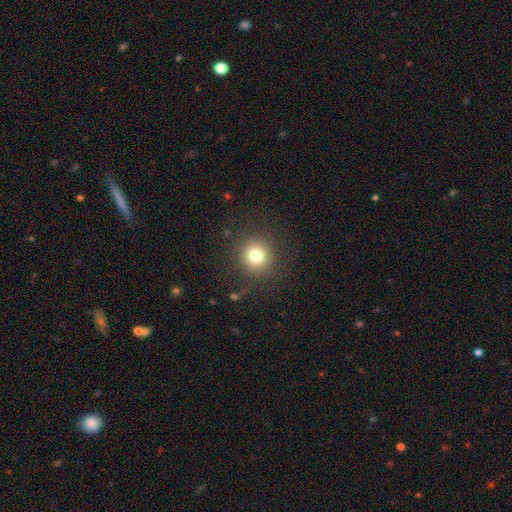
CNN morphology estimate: smooth-or-featured: smooth: 78% | star or artifact: 13% | featured or disk: 9%
  how-rounded: round: 93% | in between: 6% | cigar-shaped: 1%
  merging: none: 88% | minor disturbance: 7% | major disturbance: 4% | merger: 1%